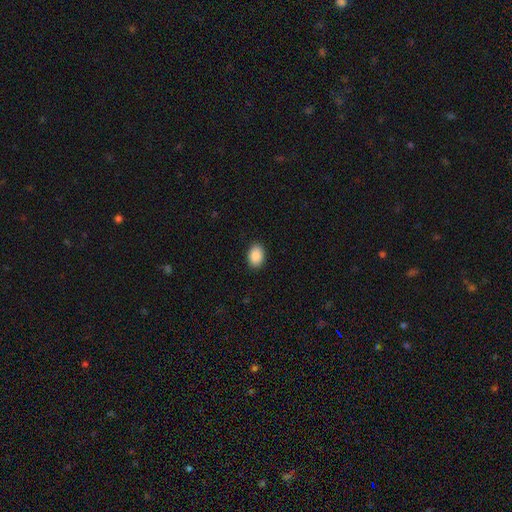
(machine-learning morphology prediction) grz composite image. It shows a smooth galaxy with no disk features (90%) that is in between round and cigar-shaped (77%). Merging: none (90%).